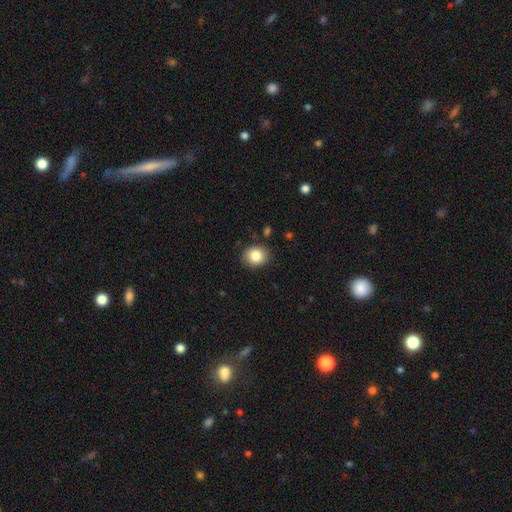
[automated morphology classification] smooth-or-featured: smooth: 84% | star or artifact: 9% | featured or disk: 7%
  how-rounded: round: 62% | in between: 38% | cigar-shaped: 1%
  merging: none: 87% | minor disturbance: 9% | major disturbance: 2% | merger: 1%